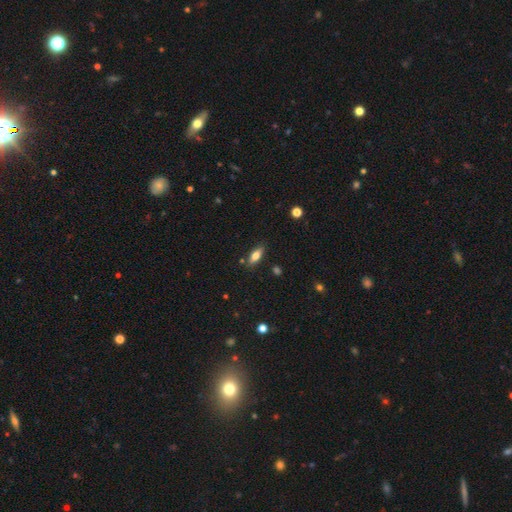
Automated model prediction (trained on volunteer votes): This is likely a smooth galaxy (72%). How rounded: likely in between (75%). Merging: clearly none (83%).